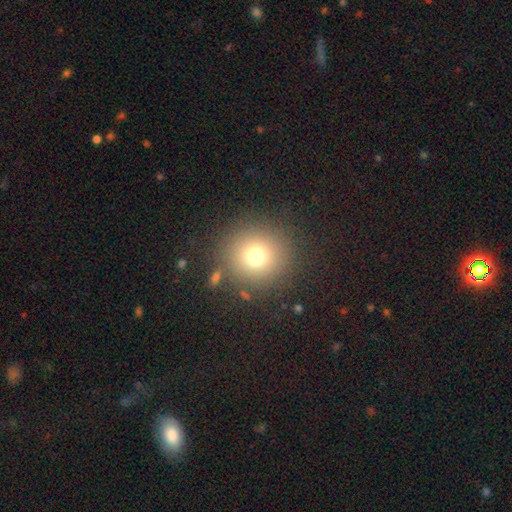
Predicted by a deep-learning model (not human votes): smooth_or_featured: smooth (p=0.73) [alt: star or artifact p=0.17]
how_rounded: round (p=0.93) [alt: in between p=0.06]
merging: none (p=0.84) [alt: minor disturbance p=0.07]